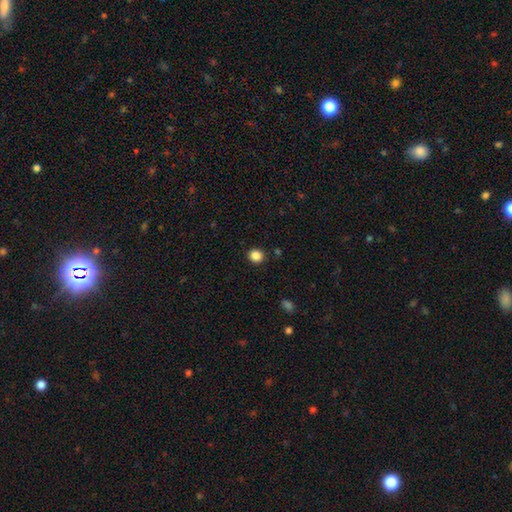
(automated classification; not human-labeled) Smooth or featured? Predicted: smooth (p=0.86). How rounded? Predicted: round (p=0.85). Merging? Predicted: none (p=0.91).